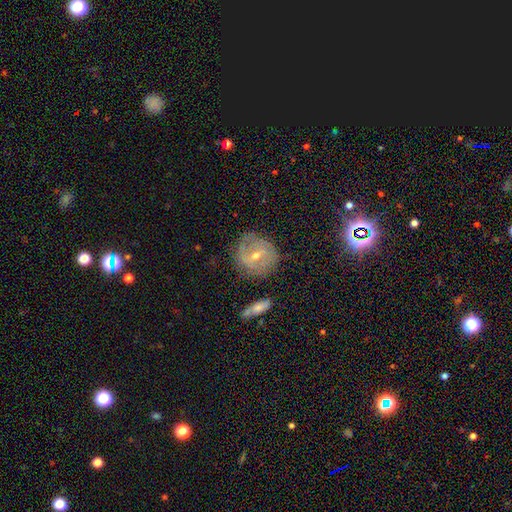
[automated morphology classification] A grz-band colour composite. It shows a featured or disk galaxy (65%) with a weak bar (47%), spiral arms (78%) and a small central bulge (56%). Merging: none (74%).